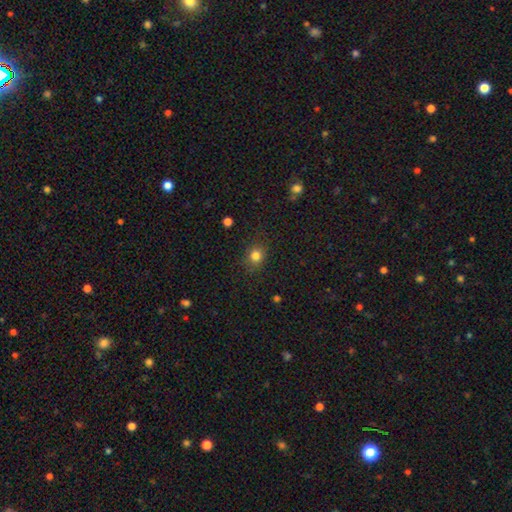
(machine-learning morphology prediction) smooth 80%, star or artifact 14%, featured or disk 6%. Down the decision tree: how rounded — round (74%); merging — none (85%).